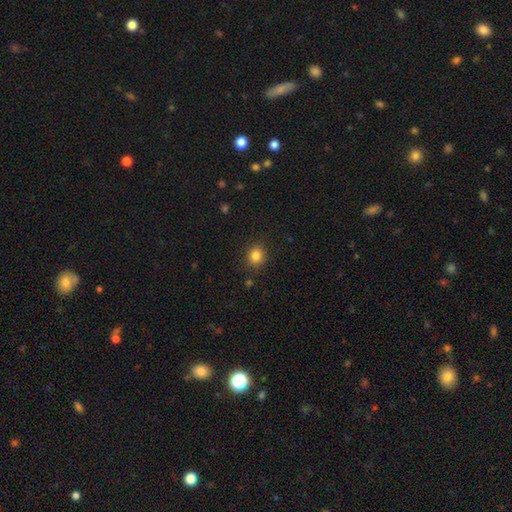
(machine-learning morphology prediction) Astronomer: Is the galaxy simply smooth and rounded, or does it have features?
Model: smooth — 85%.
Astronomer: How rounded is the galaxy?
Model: round — 78%.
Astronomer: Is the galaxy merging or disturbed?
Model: none — 87%.